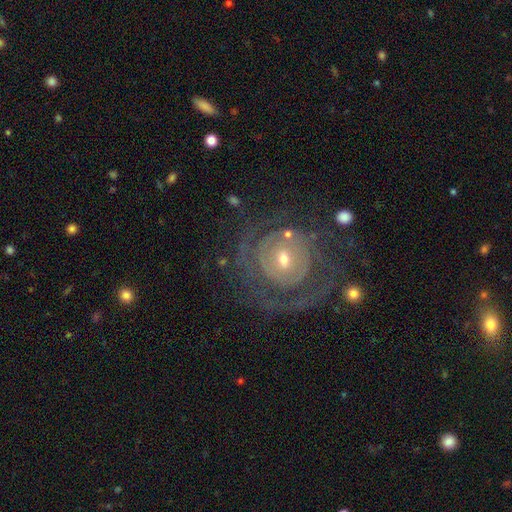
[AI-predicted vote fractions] The model was most divided on "spiral arm count": can't tell: 35%, 2: 29%, 3: 15%, 4: 8%, 1: 7%, more than 4: 6%. More confident: edge-on disk — no (97%); spiral arms — yes (86%); smooth or featured — featured or disk (82%); spiral winding — tight (74%); merging — none (70%); bar — no (65%); bulge size — small (54%).